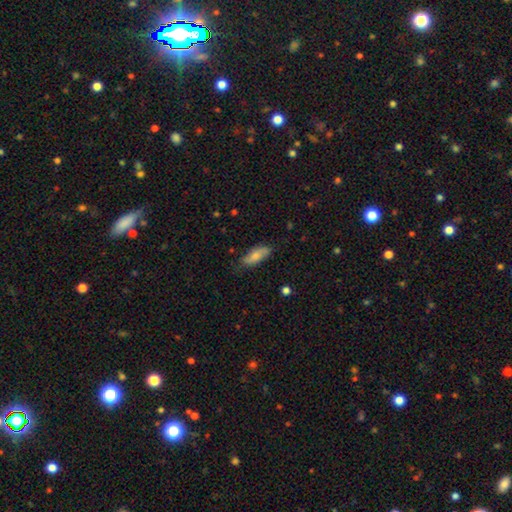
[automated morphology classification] This appears to be a smooth galaxy with no disk features (74%) that is in between round and cigar-shaped (76%). Merging: none (75%).